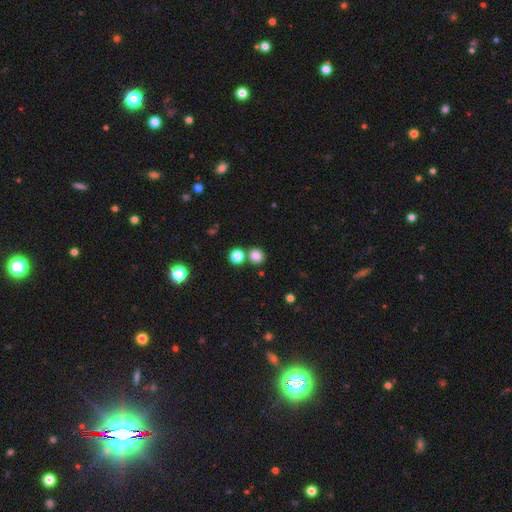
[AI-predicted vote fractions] smooth-or-featured: smooth: 82% | star or artifact: 13% | featured or disk: 5%
  how-rounded: round: 84% | in between: 15% | cigar-shaped: 1%
  merging: none: 73% | merger: 16% | minor disturbance: 8% | major disturbance: 3%